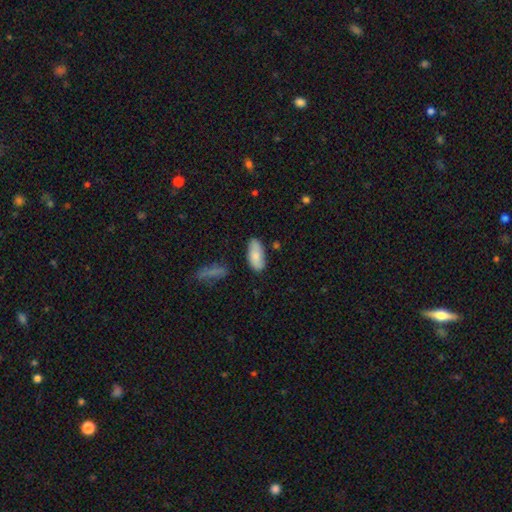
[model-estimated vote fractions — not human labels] Smooth or featured? smooth (83%)
How rounded? in between (88%)
Merging? none (77%)